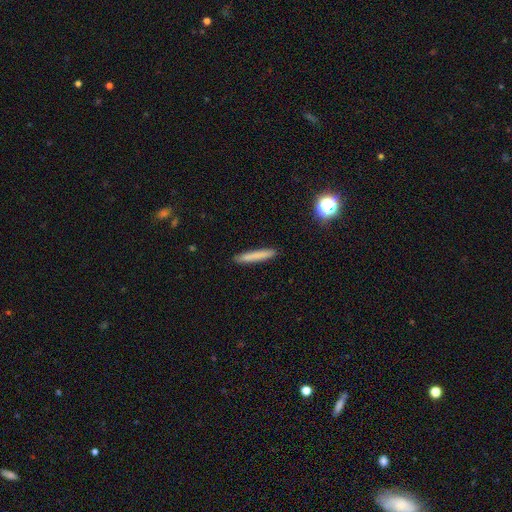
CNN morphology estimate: Q: Smooth or featured?
A: smooth (77%); runner-up: featured or disk (15%)
Q: How rounded?
A: cigar-shaped (95%); runner-up: in between (4%)
Q: Merging?
A: none (91%); runner-up: minor disturbance (6%)